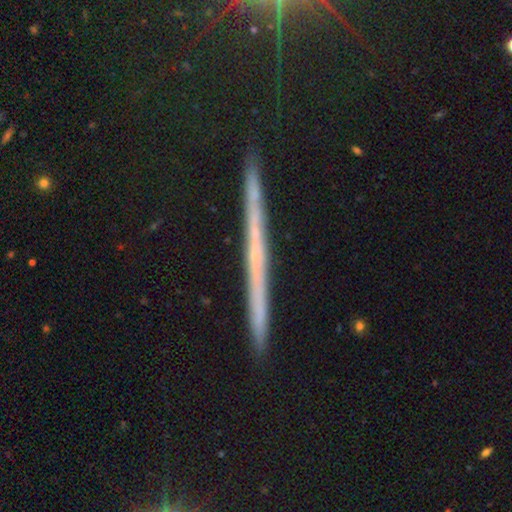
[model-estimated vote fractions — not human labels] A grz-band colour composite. It shows a featured or disk galaxy (56%) viewed edge-on (97%) with no central bulge (87%). Merging: none (91%).